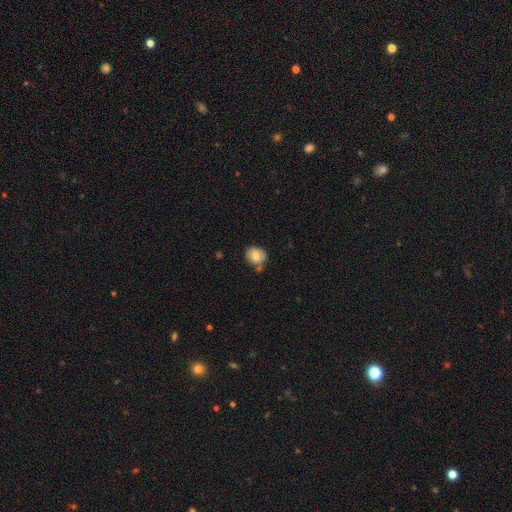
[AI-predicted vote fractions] Q: Smooth or featured?
A: smooth (74%); runner-up: featured or disk (18%)
Q: How rounded?
A: round (68%); runner-up: in between (31%)
Q: Merging?
A: none (66%); runner-up: minor disturbance (19%)